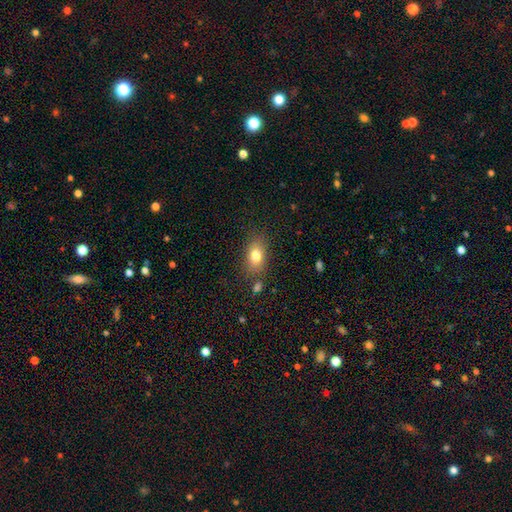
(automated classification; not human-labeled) Overall: smooth (79%). How rounded: in between (81%). Merging: none (78%).